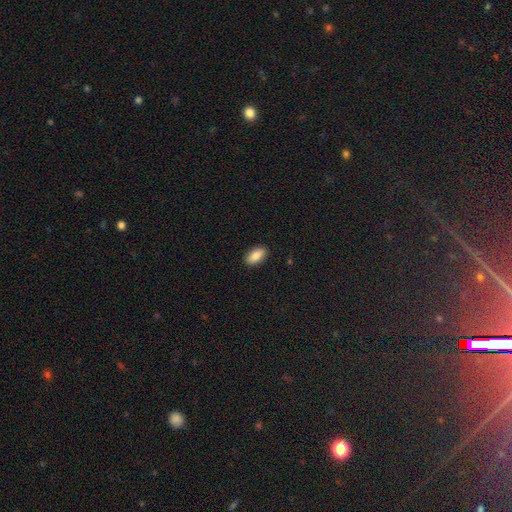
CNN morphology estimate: A smooth galaxy with no disk features (88%) that is in between round and cigar-shaped (93%).

Vote fractions:
- Smooth or featured? smooth: 88% / star or artifact: 7% / featured or disk: 5%
- How rounded? in between: 93% / cigar-shaped: 4% / round: 3%
- Merging? none: 90% / minor disturbance: 7% / major disturbance: 2% / merger: 1%